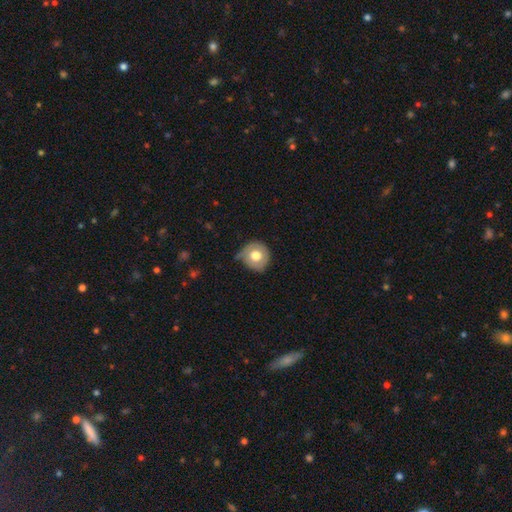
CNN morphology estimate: Smooth or featured? smooth (66%)
How rounded? round (89%)
Merging? none (58%)